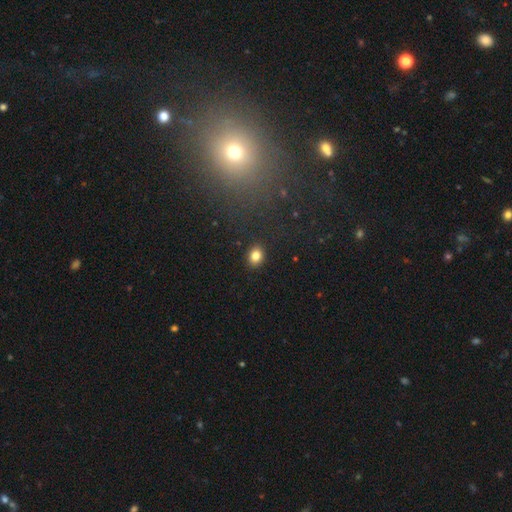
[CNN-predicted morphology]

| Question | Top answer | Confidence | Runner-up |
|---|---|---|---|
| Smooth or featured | smooth | 83% | star or artifact (11%) |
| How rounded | round | 50% | in between (49%) |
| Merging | none | 90% | minor disturbance (7%) |